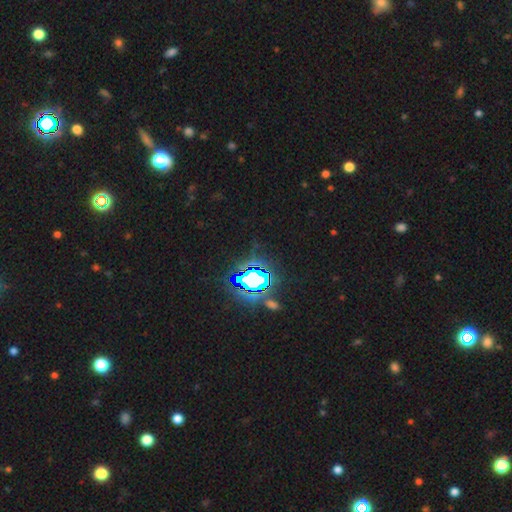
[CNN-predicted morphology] Smooth or featured?
  - star or artifact: 80% *
  - smooth: 13%
  - featured or disk: 7%